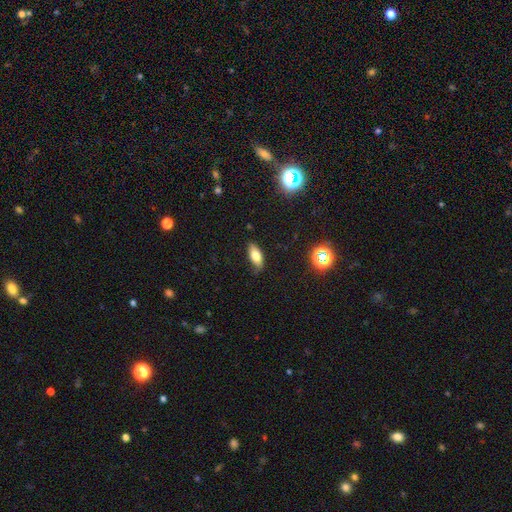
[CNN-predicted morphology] Overall: smooth (72%). How rounded: in between (81%). Merging: none (82%).